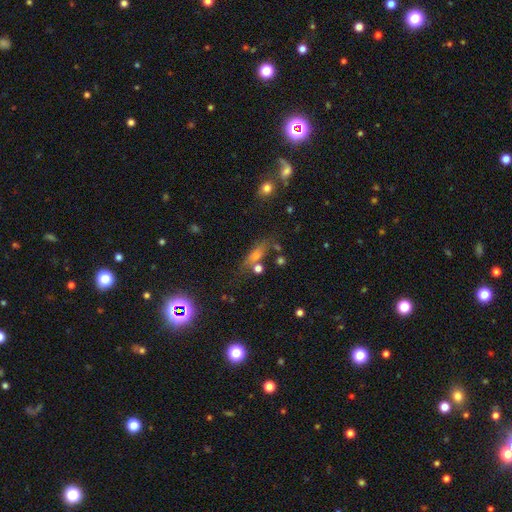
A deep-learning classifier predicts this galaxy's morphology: Smooth or featured? Predicted: smooth (p=0.51). How rounded? Predicted: cigar-shaped (p=0.47). Merging? Predicted: none (p=0.63).